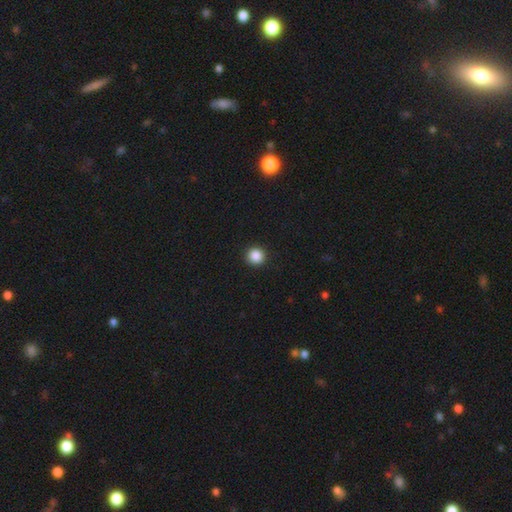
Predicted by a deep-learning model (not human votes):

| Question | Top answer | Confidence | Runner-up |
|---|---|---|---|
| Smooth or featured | smooth | 87% | star or artifact (10%) |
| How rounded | round | 95% | in between (4%) |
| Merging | none | 93% | minor disturbance (4%) |